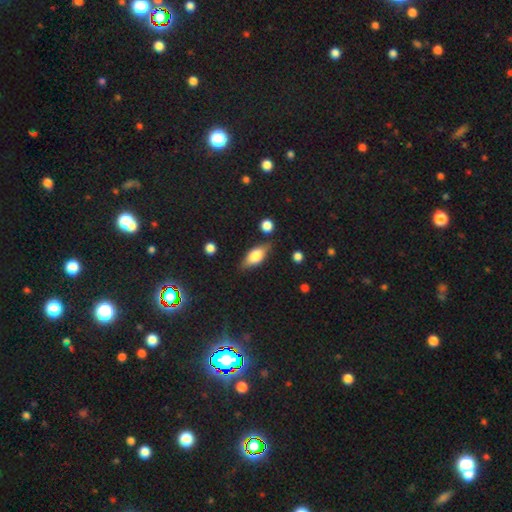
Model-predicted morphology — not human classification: smooth 65%, featured or disk 27%, star or artifact 8%. Down the decision tree: how rounded — in between (79%); merging — none (77%).